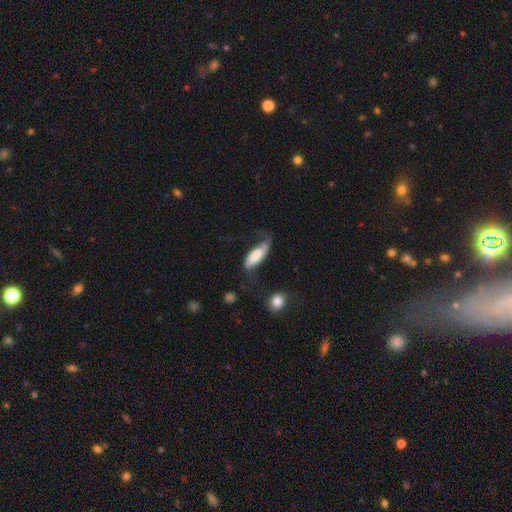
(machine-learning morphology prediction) Smooth or featured: smooth — 63% (featured or disk — 30%)
How rounded: in between — 73% (cigar-shaped — 25%)
Merging: none — 33% (major disturbance — 32%)